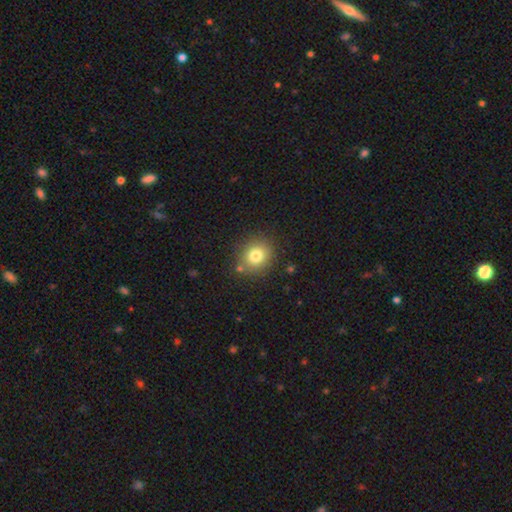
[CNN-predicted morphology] smooth 79%, star or artifact 12%, featured or disk 9%. Down the decision tree: how rounded — round (79%); merging — none (82%).